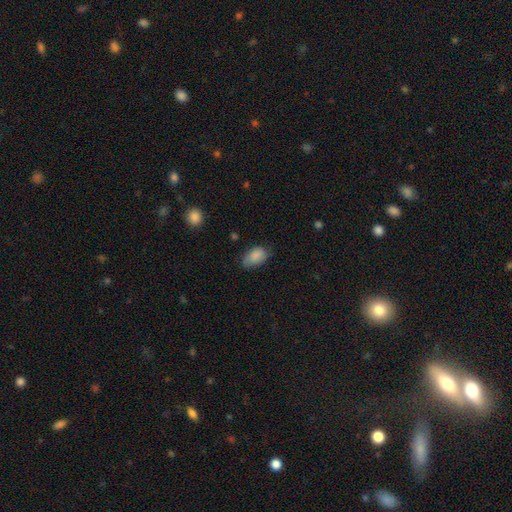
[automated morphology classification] This is clearly a smooth galaxy (86%). How rounded: clearly in between (92%). Merging: likely none (65%).